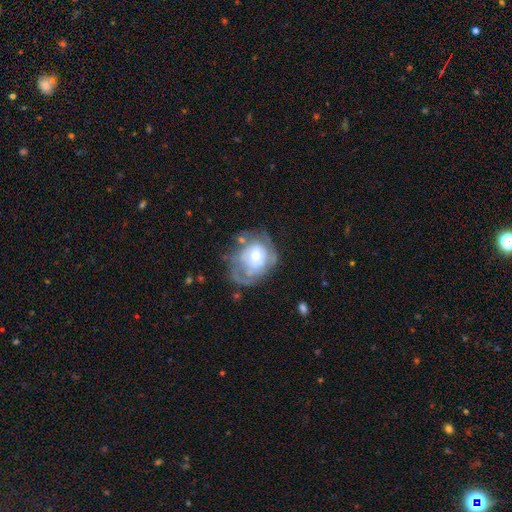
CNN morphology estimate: Smooth or featured: featured or disk — 64% (smooth — 29%)
Edge-on disk: no — 97% (yes — 3%)
Bar: no — 72% (weak — 23%)
Spiral arms: yes — 58% (no — 42%)
Bulge size: moderate — 61% (small — 25%)
Merging: none — 42% (major disturbance — 28%)